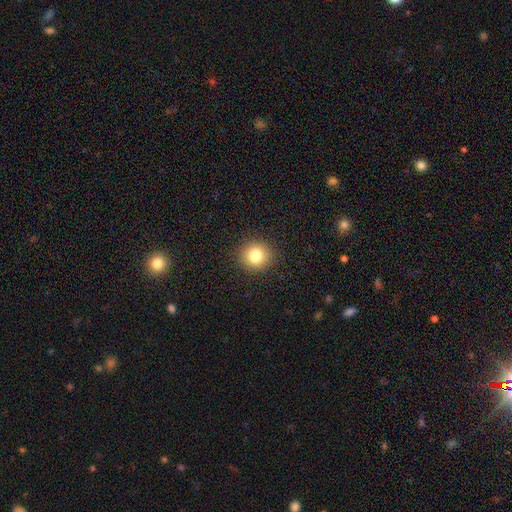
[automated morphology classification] Overall: smooth (81%). How rounded: round (90%). Merging: none (91%).